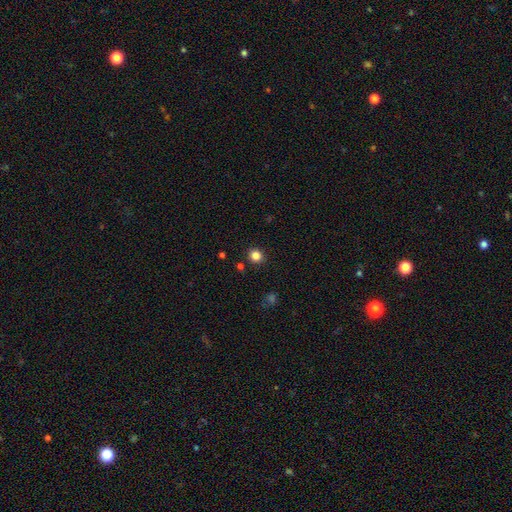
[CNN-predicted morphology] smooth-or-featured: smooth: 84% | star or artifact: 13% | featured or disk: 4%
  how-rounded: round: 91% | in between: 8% | cigar-shaped: 1%
  merging: none: 90% | minor disturbance: 6% | merger: 2% | major disturbance: 2%